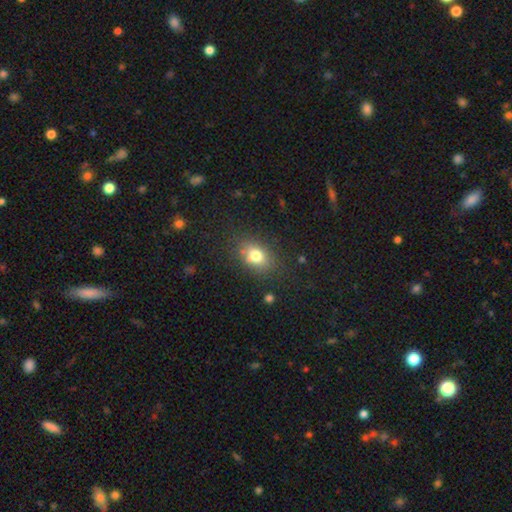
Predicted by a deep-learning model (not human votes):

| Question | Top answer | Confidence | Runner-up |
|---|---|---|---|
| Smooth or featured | smooth | 76% | featured or disk (12%) |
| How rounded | in between | 70% | round (29%) |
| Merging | none | 76% | minor disturbance (15%) |